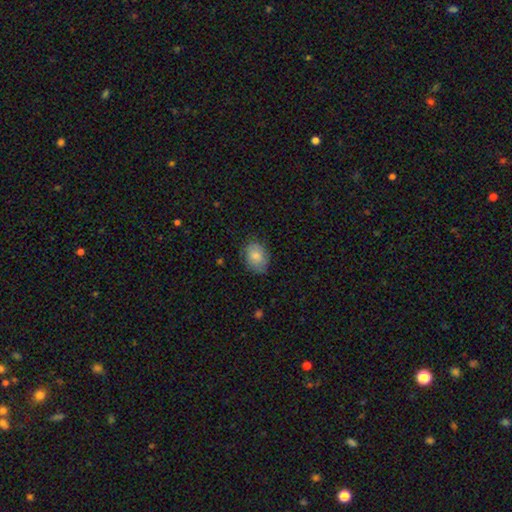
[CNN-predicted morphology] Smooth or featured?
  - smooth: 77% *
  - featured or disk: 15%
  - star or artifact: 8%
How rounded?
  - in between: 71% *
  - round: 28%
  - cigar-shaped: 1%
Merging?
  - none: 78% *
  - minor disturbance: 18%
  - major disturbance: 3%
  - merger: 1%